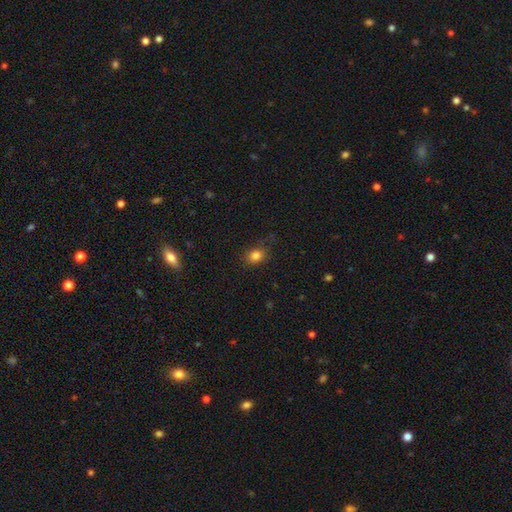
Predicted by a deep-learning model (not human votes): Smooth or featured? smooth (82%)
How rounded? round (53%)
Merging? none (77%)